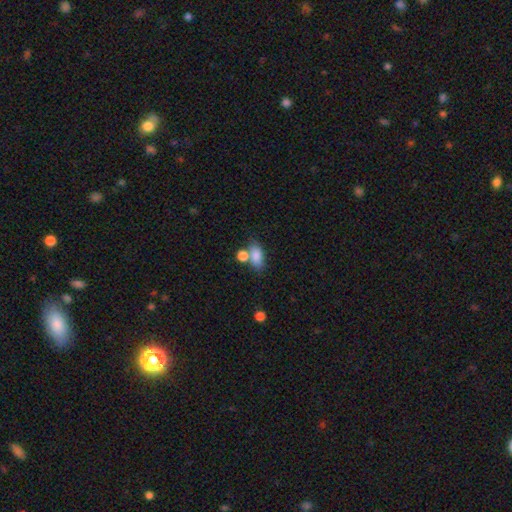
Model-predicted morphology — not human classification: type=smooth (83%); roundness=in between (85%); merging=none (51%).